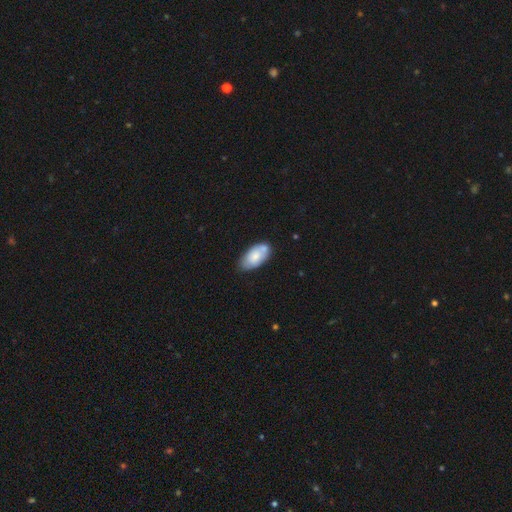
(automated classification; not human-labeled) Smooth or featured? smooth (72%)
How rounded? in between (94%)
Merging? none (63%)